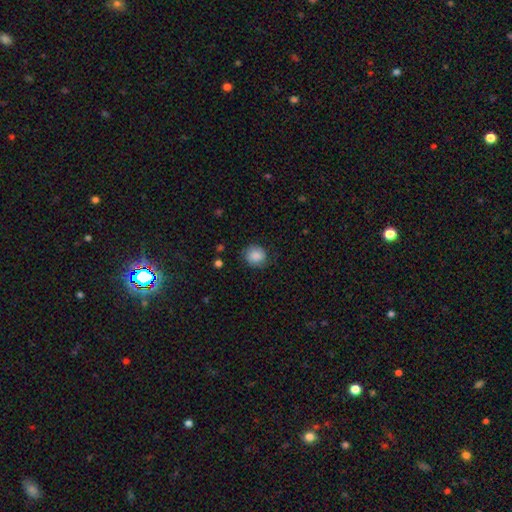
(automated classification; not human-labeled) smooth 83%, featured or disk 9%, star or artifact 8%. Down the decision tree: how rounded — round (80%); merging — none (78%).